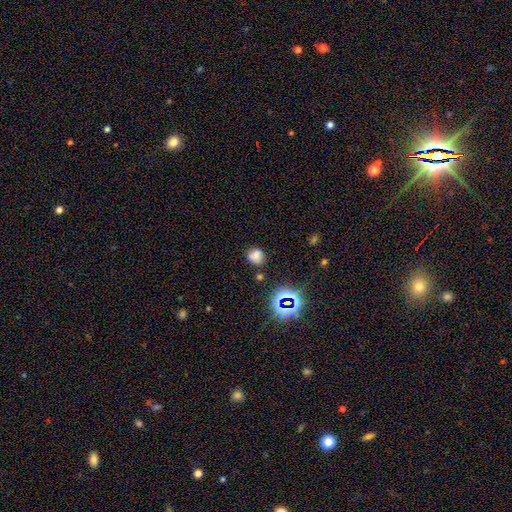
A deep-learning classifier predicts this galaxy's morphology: Smooth or featured? Predicted: smooth (p=0.70). How rounded? Predicted: round (p=0.67). Merging? Predicted: none (p=0.72).